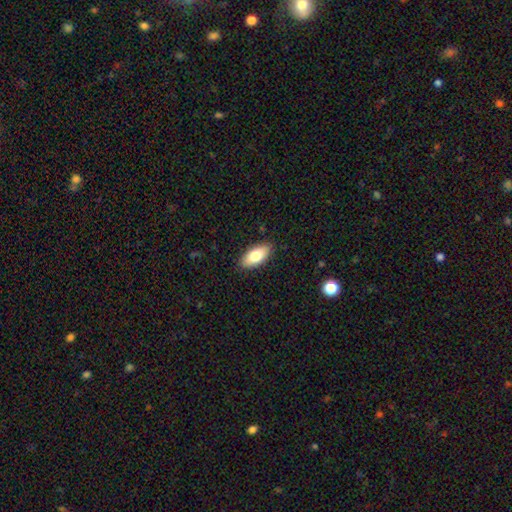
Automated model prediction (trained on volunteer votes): smooth-or-featured: smooth: 77% | featured or disk: 16% | star or artifact: 7%
  how-rounded: in between: 89% | cigar-shaped: 8% | round: 3%
  merging: none: 88% | minor disturbance: 9% | major disturbance: 2% | merger: 1%